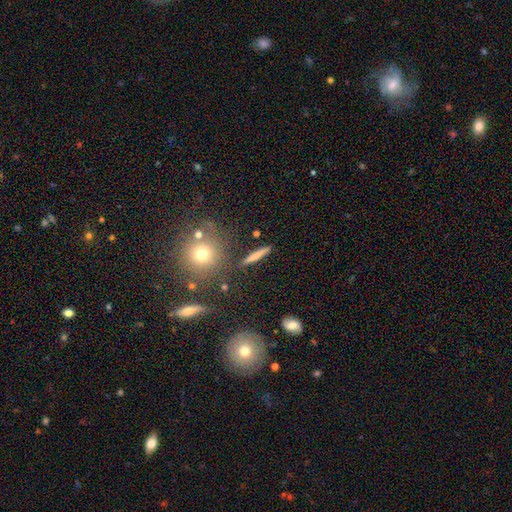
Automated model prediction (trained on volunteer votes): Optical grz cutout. It shows a smooth galaxy with no disk features (66%) that is cigar-shaped (89%). Merging: none (87%).